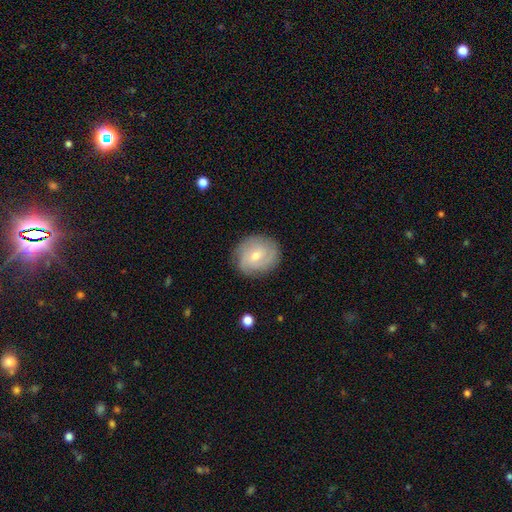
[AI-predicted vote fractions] smooth-or-featured: featured or disk: 61% | smooth: 31% | star or artifact: 8%
  disk-edge-on: no: 97% | yes: 3%
    bar: no: 59% | weak: 35% | strong: 6%
    has-spiral-arms: yes: 85% | no: 15%
    bulge-size: small: 52% | moderate: 45% | large: 1% | none: 1% | dominant: 1%
  merging: none: 83% | minor disturbance: 13% | major disturbance: 4% | merger: 1%